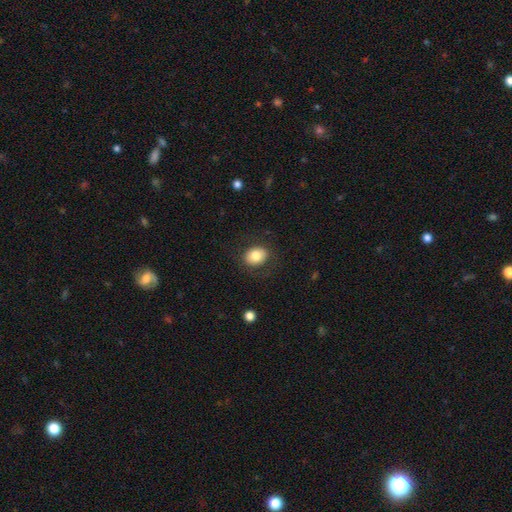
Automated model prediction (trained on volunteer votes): A smooth galaxy with no disk features (80%) that is round (50%).

Vote fractions:
- Smooth or featured? smooth: 80% / featured or disk: 12% / star or artifact: 8%
- How rounded? round: 50% / in between: 49% / cigar-shaped: 1%
- Merging? none: 83% / minor disturbance: 11% / major disturbance: 5% / merger: 1%